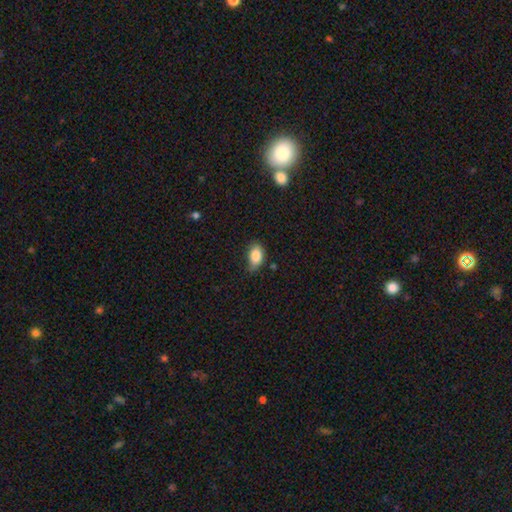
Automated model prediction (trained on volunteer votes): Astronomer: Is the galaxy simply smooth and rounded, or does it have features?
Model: smooth — 85%.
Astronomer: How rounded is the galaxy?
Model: in between — 90%.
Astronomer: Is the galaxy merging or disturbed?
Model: none — 54% (runner-up: minor disturbance, 37%).